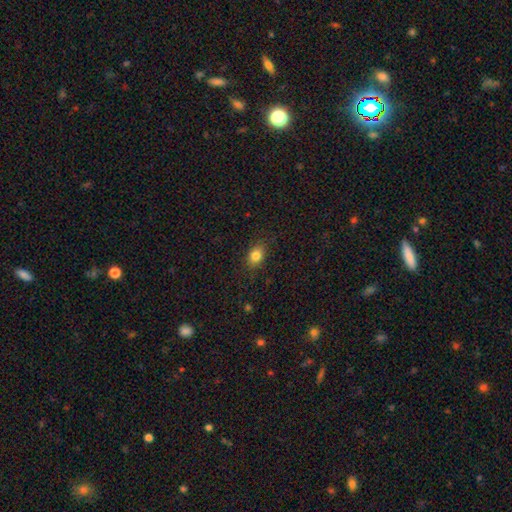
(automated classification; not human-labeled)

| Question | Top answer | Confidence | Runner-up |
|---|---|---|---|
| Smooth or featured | smooth | 82% | star or artifact (10%) |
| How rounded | in between | 74% | round (24%) |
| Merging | none | 84% | minor disturbance (12%) |